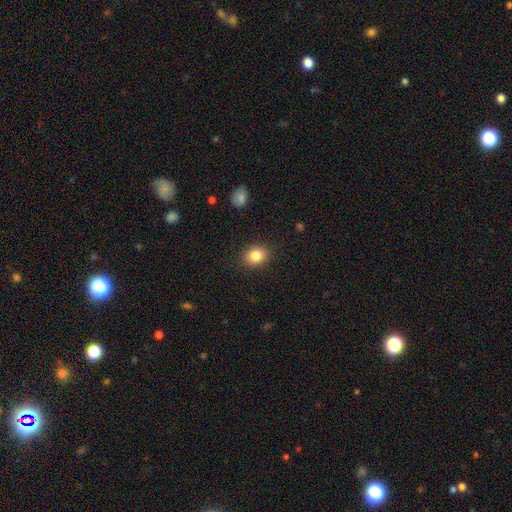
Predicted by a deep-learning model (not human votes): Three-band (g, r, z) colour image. It shows a smooth galaxy with no disk features (84%) that is in between round and cigar-shaped (52%). Merging: none (88%).